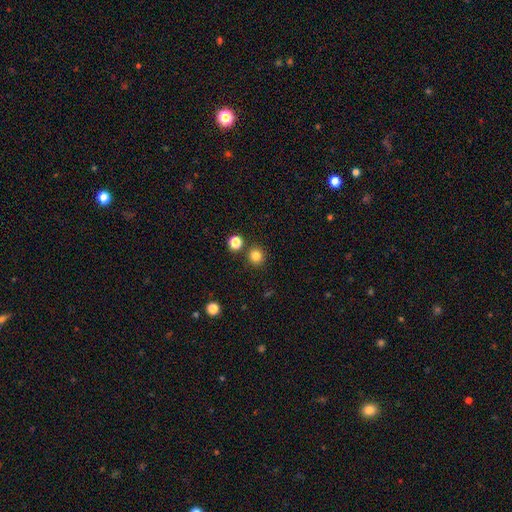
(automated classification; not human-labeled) This appears to be a smooth galaxy with no disk features (83%) that is round (92%). Merging: none (85%).